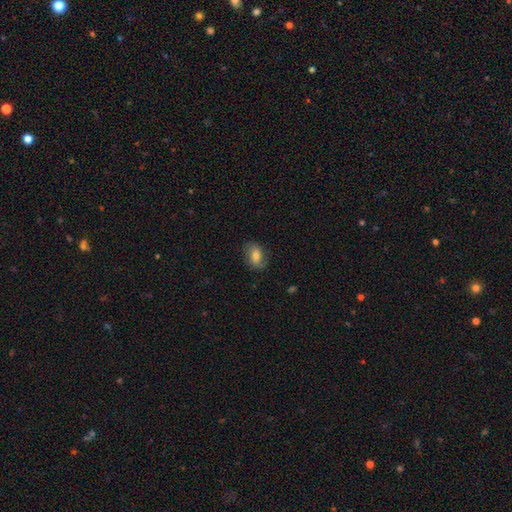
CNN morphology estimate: smooth_or_featured: smooth (p=0.63) [alt: featured or disk p=0.28]
how_rounded: in between (p=0.77) [alt: round p=0.21]
merging: none (p=0.75) [alt: minor disturbance p=0.18]